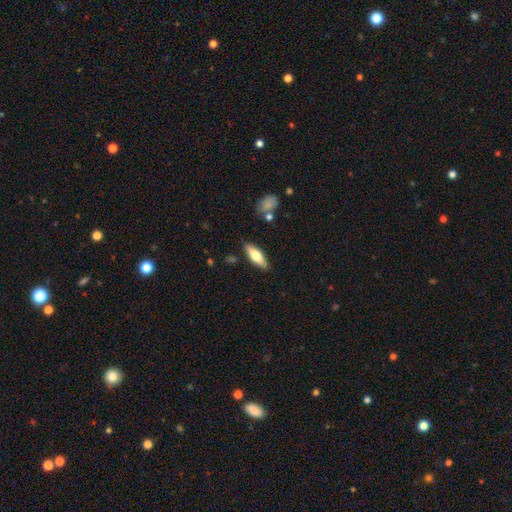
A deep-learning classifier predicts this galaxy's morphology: Smooth or featured: smooth — 61% (featured or disk — 33%)
How rounded: in between — 58% (cigar-shaped — 40%)
Merging: none — 84% (minor disturbance — 11%)